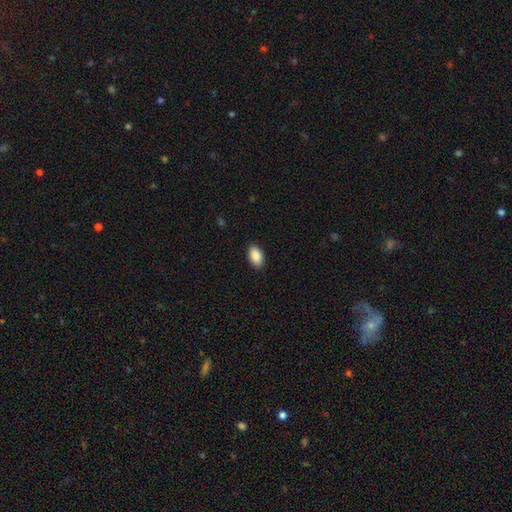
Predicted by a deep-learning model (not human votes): smooth-or-featured: smooth: 90% | star or artifact: 7% | featured or disk: 3%
  how-rounded: in between: 94% | round: 4% | cigar-shaped: 2%
  merging: none: 88% | minor disturbance: 9% | major disturbance: 2% | merger: 1%